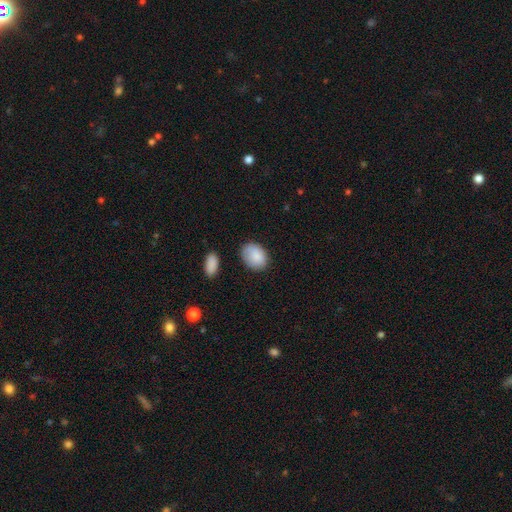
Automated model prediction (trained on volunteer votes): A smooth galaxy with no disk features (87%) that is in between round and cigar-shaped (75%).

Vote fractions:
- Smooth or featured? smooth: 87% / star or artifact: 7% / featured or disk: 7%
- How rounded? in between: 75% / round: 24% / cigar-shaped: 1%
- Merging? none: 71% / minor disturbance: 21% / major disturbance: 5% / merger: 3%